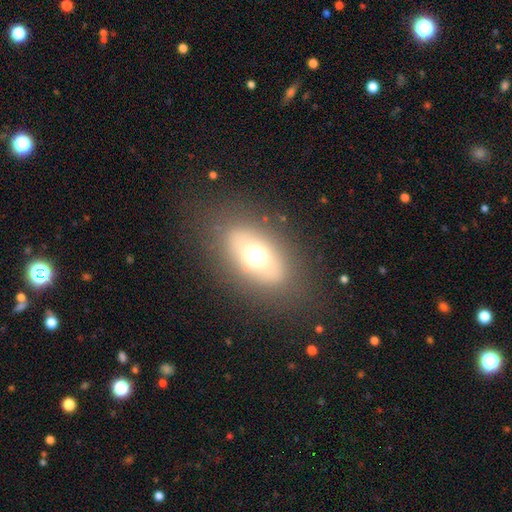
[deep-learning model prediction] The model was most divided on "smooth or featured": smooth: 60%, featured or disk: 26%, star or artifact: 14%. More confident: merging — none (81%); how rounded — in between (79%).